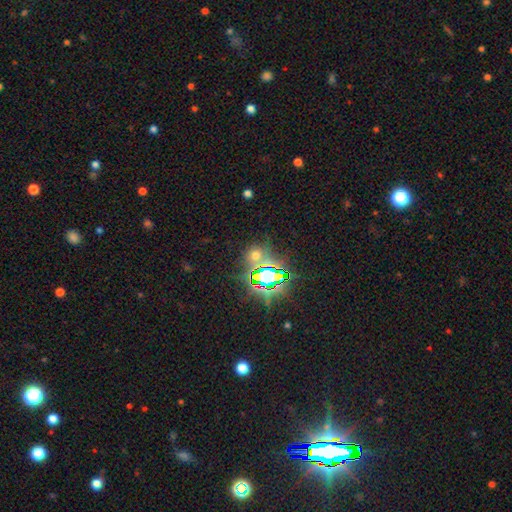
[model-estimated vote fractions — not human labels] Smooth or featured?
  - star or artifact: 58% *
  - smooth: 34%
  - featured or disk: 8%